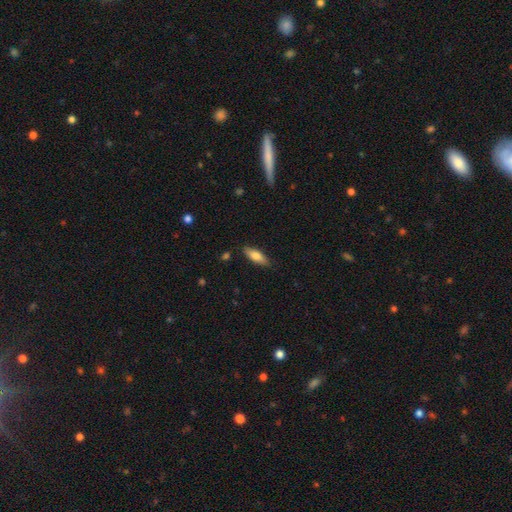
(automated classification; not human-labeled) smooth-or-featured: smooth: 72% | featured or disk: 22% | star or artifact: 6%
  how-rounded: in between: 60% | cigar-shaped: 38% | round: 2%
  merging: none: 84% | minor disturbance: 12% | major disturbance: 2% | merger: 1%